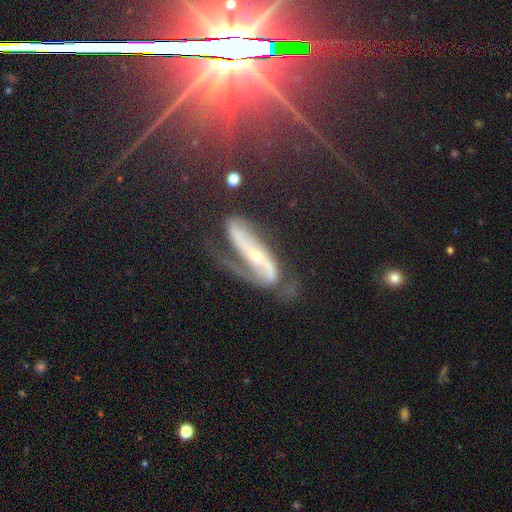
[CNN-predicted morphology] Overall: featured or disk (72%). Edge-on disk: no (78%). Bar: strong (39%; no 36%). Spiral arms: yes (90%). Spiral arm count: 2 (75%). Spiral winding: medium (40%; loose 31%). Bulge size: small (63%; moderate 32%). Merging: none (55%; minor disturbance 22%).